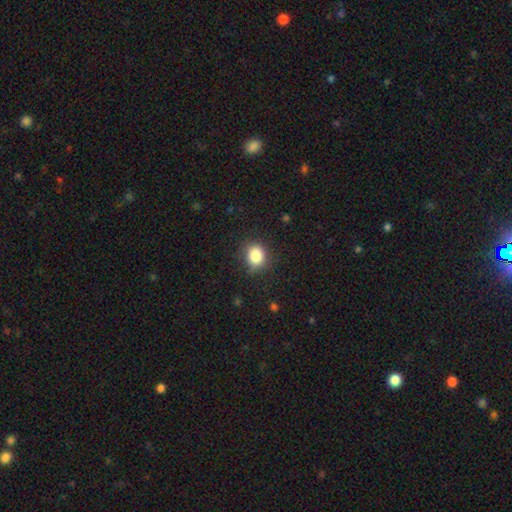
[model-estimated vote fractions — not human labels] Morphology: type=smooth (84%); roundness=round (68%); merging=none (79%).